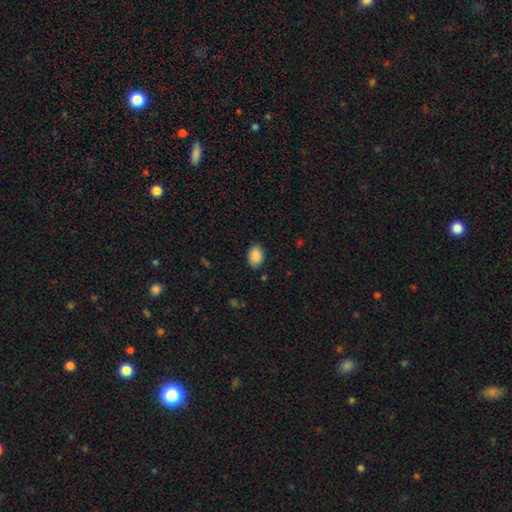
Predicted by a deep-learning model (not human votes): Morphology: type=smooth (89%); roundness=in between (84%); merging=none (85%).